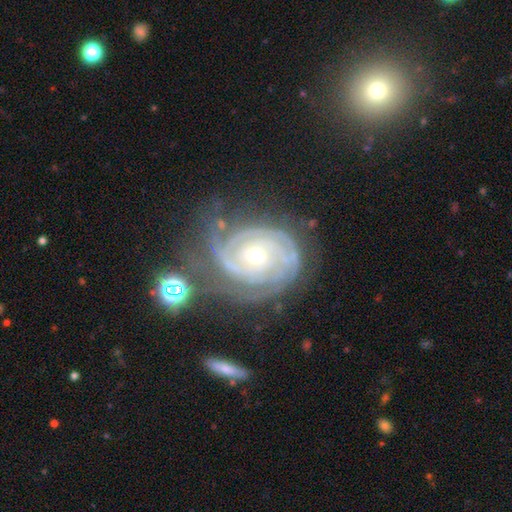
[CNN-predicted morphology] Q: Smooth or featured?
A: featured or disk (89%); runner-up: star or artifact (6%)
Q: Edge-on disk?
A: no (97%); runner-up: yes (3%)
Q: Bar?
A: no (69%); runner-up: weak (23%)
Q: Spiral arms?
A: yes (97%); runner-up: no (3%)
Q: Spiral winding?
A: tight (82%); runner-up: medium (15%)
Q: Spiral arm count?
A: can't tell (26%); runner-up: 2 (24%)
Q: Bulge size?
A: moderate (53%); runner-up: small (43%)
Q: Merging?
A: none (60%); runner-up: minor disturbance (22%)